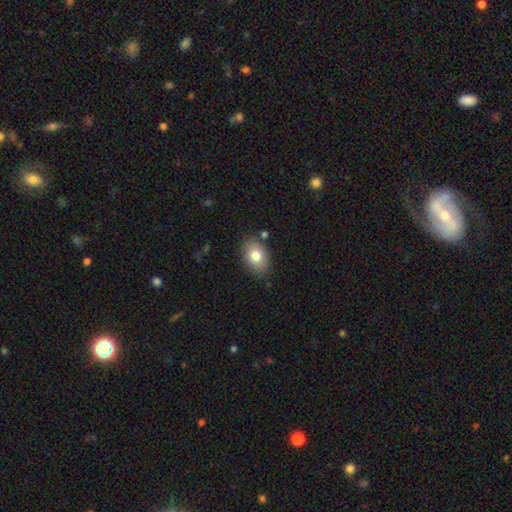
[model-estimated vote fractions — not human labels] Overall: smooth (80%). How rounded: in between (79%). Merging: none (82%).